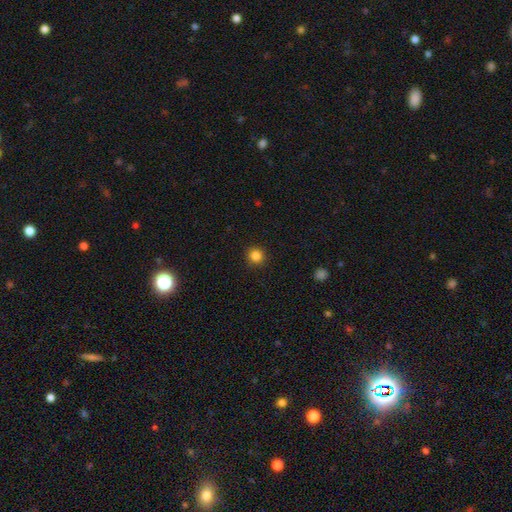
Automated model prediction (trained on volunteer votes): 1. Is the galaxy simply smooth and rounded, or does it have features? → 84% smooth, 12% star or artifact, 4% featured or disk.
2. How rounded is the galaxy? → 95% round, 5% in between, 1% cigar-shaped.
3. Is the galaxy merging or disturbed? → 92% none, 5% minor disturbance, 2% major disturbance, 1% merger.